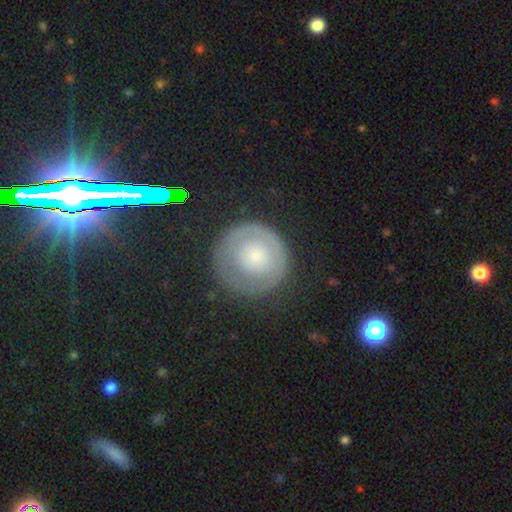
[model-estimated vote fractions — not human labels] Q: Smooth or featured?
A: smooth (51%); runner-up: featured or disk (39%)
Q: How rounded?
A: round (92%); runner-up: in between (7%)
Q: Merging?
A: none (73%); runner-up: minor disturbance (16%)